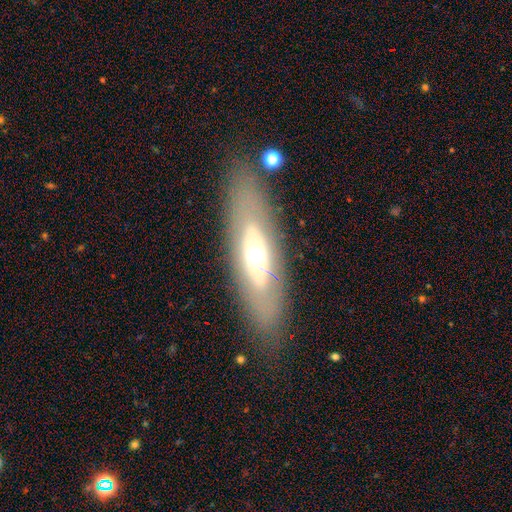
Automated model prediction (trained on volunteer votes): Smooth or featured?
  - featured or disk: 58% *
  - smooth: 35%
  - star or artifact: 7%
Edge-on disk?
  - no: 70% *
  - yes: 30%
Merging?
  - none: 82% *
  - minor disturbance: 11%
  - major disturbance: 5%
  - merger: 2%